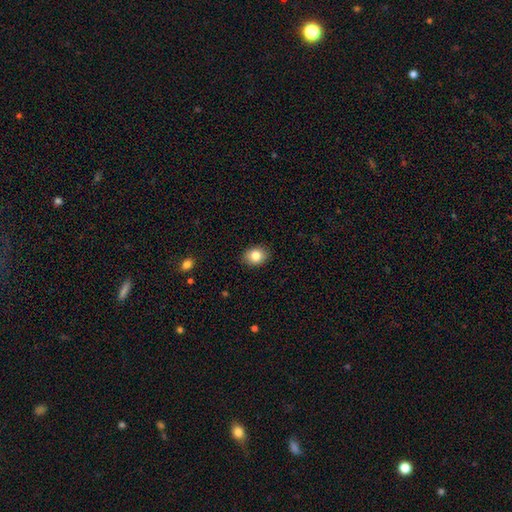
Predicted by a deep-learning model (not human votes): A smooth galaxy with no disk features (83%) that is in between round and cigar-shaped (52%).

Vote fractions:
- Smooth or featured? smooth: 83% / star or artifact: 9% / featured or disk: 8%
- How rounded? in between: 52% / round: 47% / cigar-shaped: 1%
- Merging? none: 89% / minor disturbance: 8% / major disturbance: 2% / merger: 1%